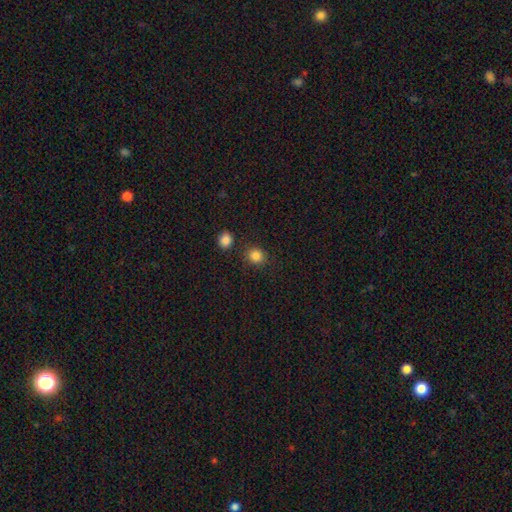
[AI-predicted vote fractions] Overall: smooth (85%). How rounded: round (84%). Merging: none (84%).